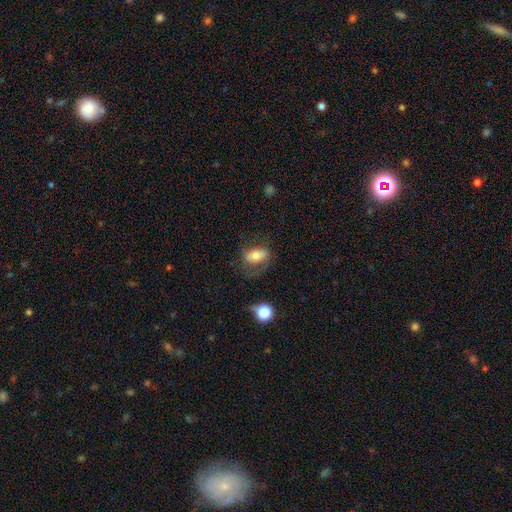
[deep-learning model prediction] This appears to be a smooth galaxy with no disk features (56%) that is in between round and cigar-shaped (84%). Merging: none (48%).